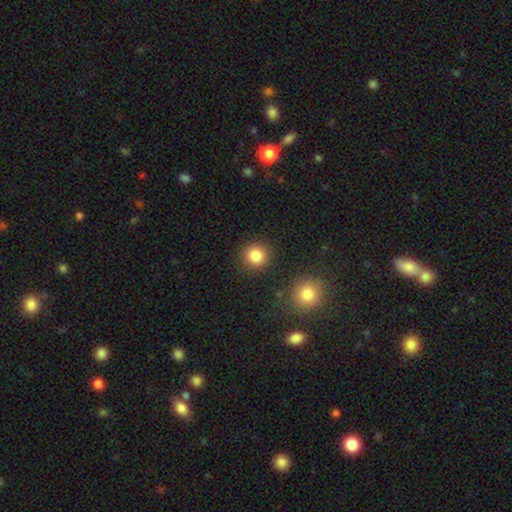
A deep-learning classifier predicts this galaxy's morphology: A smooth galaxy with no disk features (85%) that is round (91%).

Vote fractions:
- Smooth or featured? smooth: 85% / star or artifact: 11% / featured or disk: 5%
- How rounded? round: 91% / in between: 8% / cigar-shaped: 1%
- Merging? none: 88% / minor disturbance: 7% / merger: 3% / major disturbance: 3%